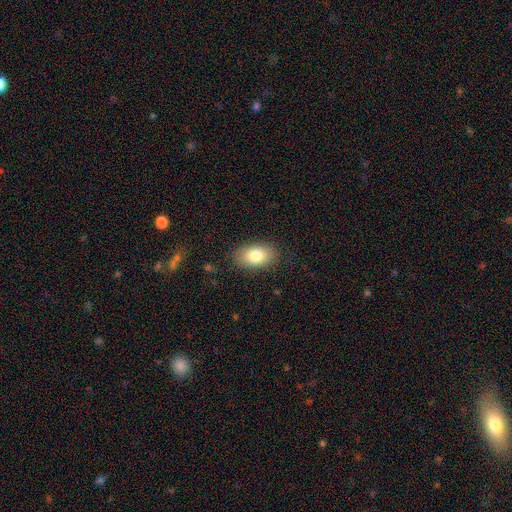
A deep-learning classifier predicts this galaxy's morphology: The model was most divided on "smooth or featured": smooth: 81%, featured or disk: 11%, star or artifact: 7%. More confident: how rounded — in between (91%); merging — none (85%).